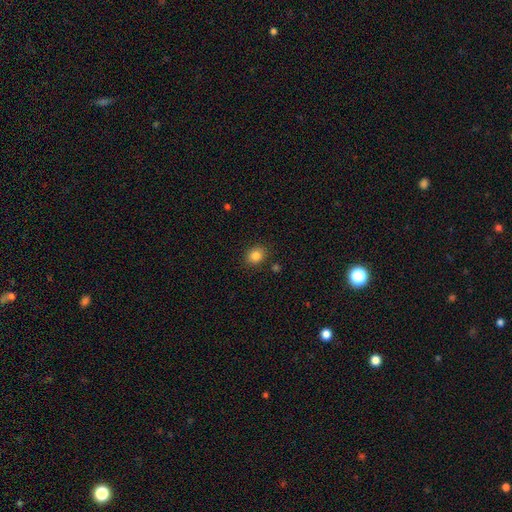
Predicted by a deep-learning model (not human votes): Morphology: type=smooth (84%); roundness=round (59%); merging=none (87%).